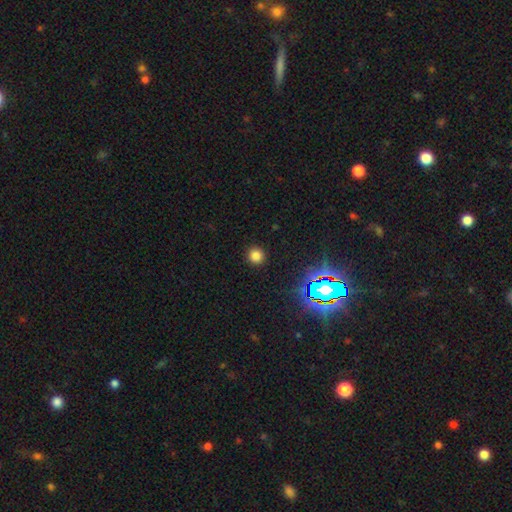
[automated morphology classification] This appears to be a smooth galaxy with no disk features (78%) that is round (94%). Merging: none (92%).